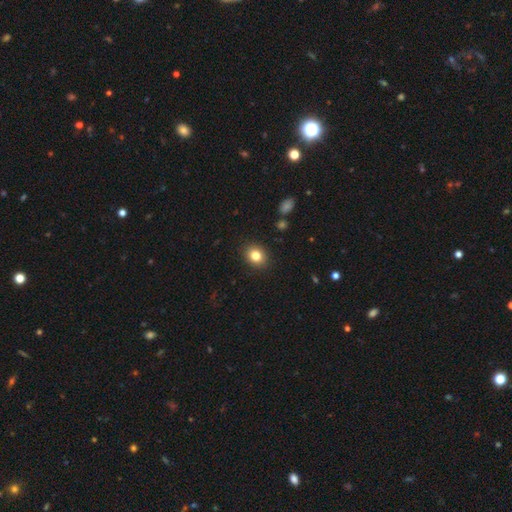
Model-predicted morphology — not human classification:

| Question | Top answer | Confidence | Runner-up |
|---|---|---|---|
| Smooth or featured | smooth | 82% | star or artifact (10%) |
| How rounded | round | 60% | in between (39%) |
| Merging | none | 90% | minor disturbance (7%) |